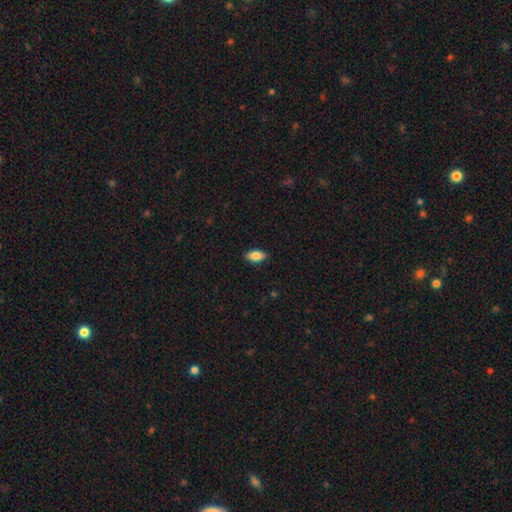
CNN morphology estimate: Smooth or featured: smooth — 85% (featured or disk — 8%)
How rounded: in between — 90% (cigar-shaped — 6%)
Merging: none — 87% (minor disturbance — 10%)